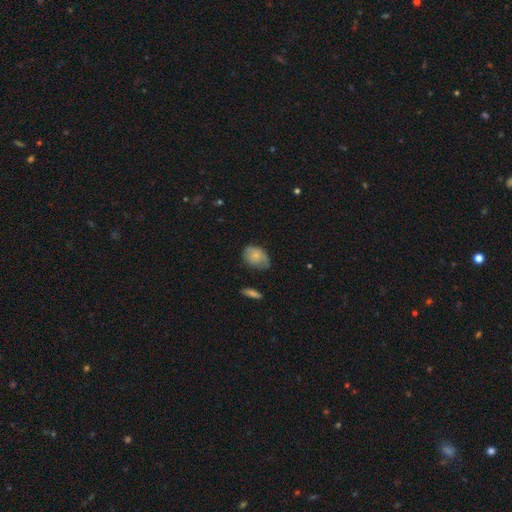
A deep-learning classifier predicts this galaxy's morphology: A smooth galaxy with no disk features (72%) that is in between round and cigar-shaped (73%).

Vote fractions:
- Smooth or featured? smooth: 72% / featured or disk: 20% / star or artifact: 8%
- How rounded? in between: 73% / round: 26% / cigar-shaped: 1%
- Merging? none: 52% / minor disturbance: 37% / major disturbance: 10% / merger: 2%